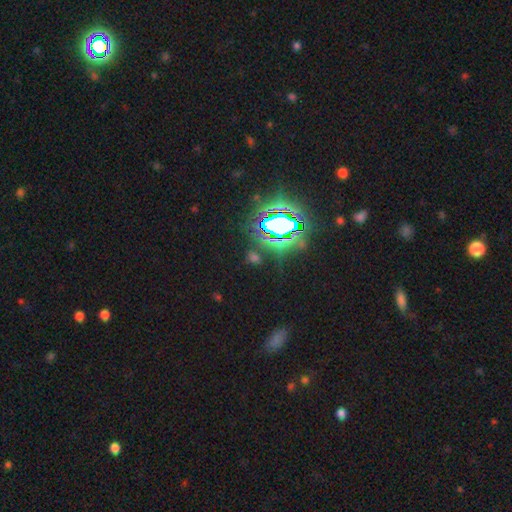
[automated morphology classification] Smooth or featured: star or artifact — 73% (smooth — 17%)